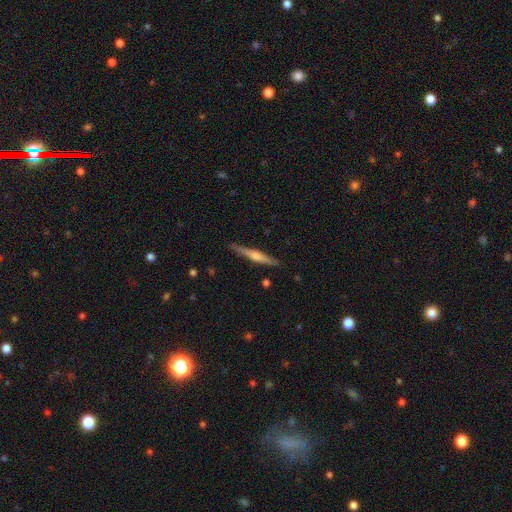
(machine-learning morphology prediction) The model was most divided on "smooth or featured": featured or disk: 70%, smooth: 24%, star or artifact: 5%. More confident: edge-on disk — yes (98%); merging — none (89%); edge-on bulge — rounded (82%).